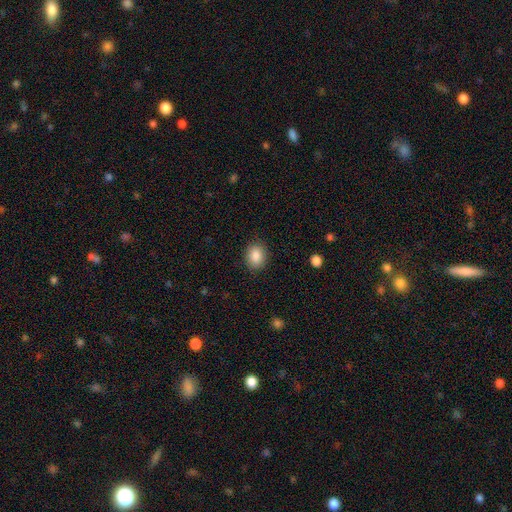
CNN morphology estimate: A smooth galaxy with no disk features (86%) that is round (52%).

Vote fractions:
- Smooth or featured? smooth: 86% / star or artifact: 8% / featured or disk: 6%
- How rounded? round: 52% / in between: 47% / cigar-shaped: 1%
- Merging? none: 88% / minor disturbance: 9% / major disturbance: 2% / merger: 1%